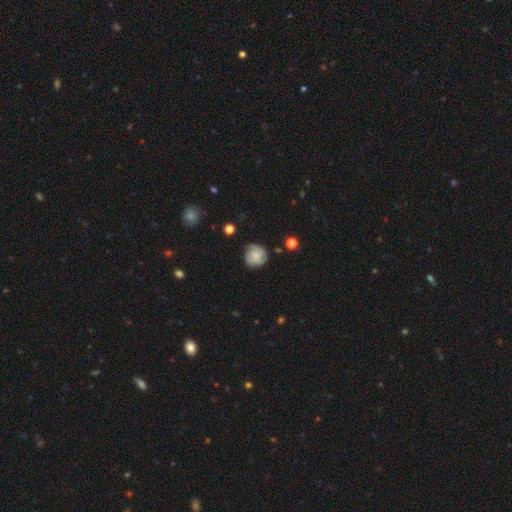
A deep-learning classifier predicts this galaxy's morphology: Q: Smooth or featured?
A: featured or disk (49%); runner-up: smooth (43%)
Q: Merging?
A: none (71%); runner-up: minor disturbance (22%)